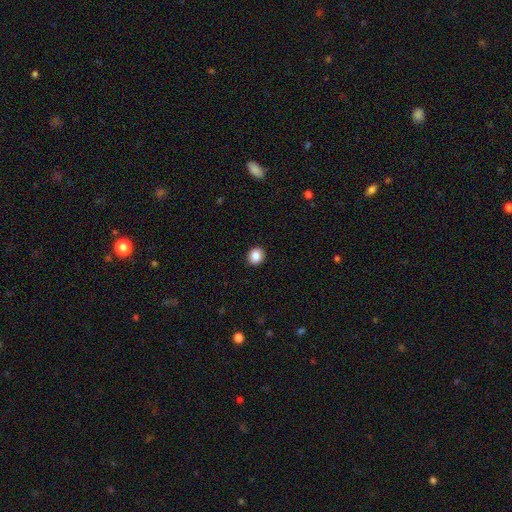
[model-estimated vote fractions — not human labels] Smooth or featured? smooth (88%)
How rounded? round (79%)
Merging? none (92%)